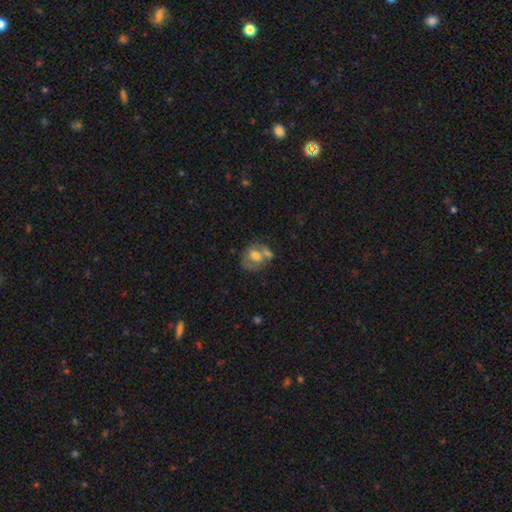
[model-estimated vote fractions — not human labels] This appears to be a smooth galaxy with no disk features (53%) that is round (56%). Merging: none (39%).